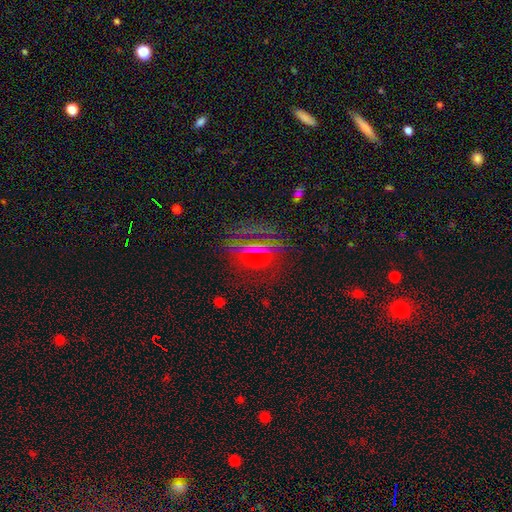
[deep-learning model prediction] Q: Smooth or featured?
A: star or artifact (50%); runner-up: smooth (37%)